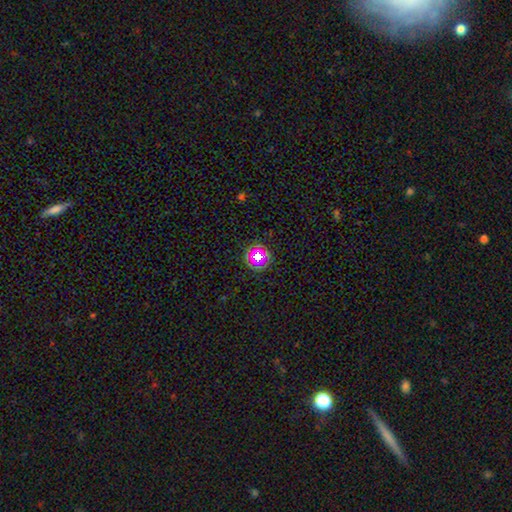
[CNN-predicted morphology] This is marginally a star or artifact rather than a galaxy (44%).